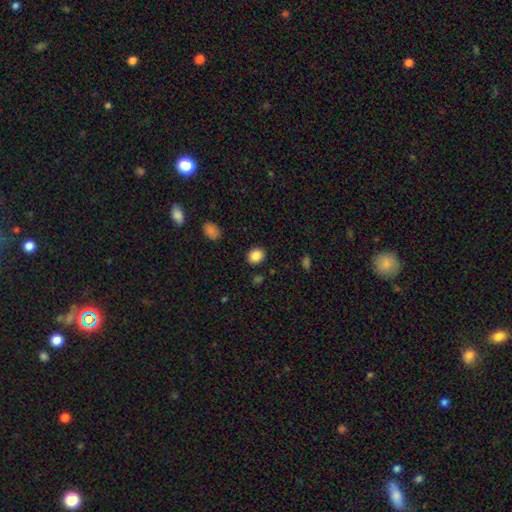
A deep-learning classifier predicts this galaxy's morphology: Q: Smooth or featured?
A: smooth (86%); runner-up: star or artifact (9%)
Q: How rounded?
A: round (64%); runner-up: in between (35%)
Q: Merging?
A: none (88%); runner-up: minor disturbance (7%)